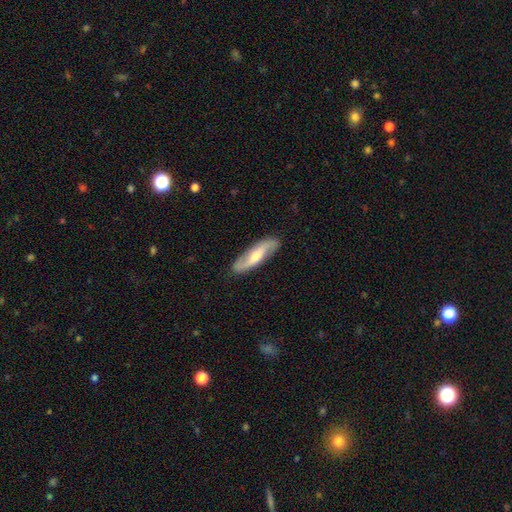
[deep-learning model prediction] Overall: featured or disk (69%). Edge-on disk: no (79%). Bar: no (40%; weak 39%). Spiral arms: yes (90%). Bulge size: moderate (61%; small 30%). Merging: none (86%).